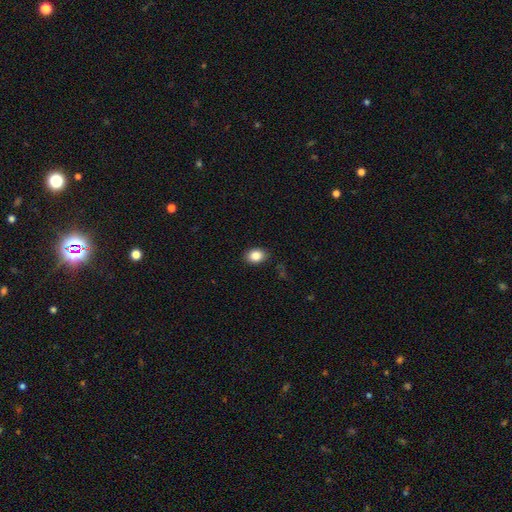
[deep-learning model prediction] Smooth or featured? smooth (86%)
How rounded? in between (69%)
Merging? none (87%)